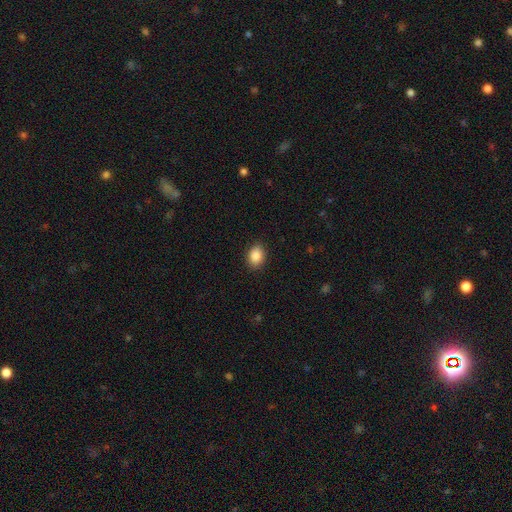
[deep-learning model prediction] The model was most divided on "how rounded": in between: 66%, round: 33%, cigar-shaped: 1%. More confident: merging — none (89%); smooth or featured — smooth (88%).